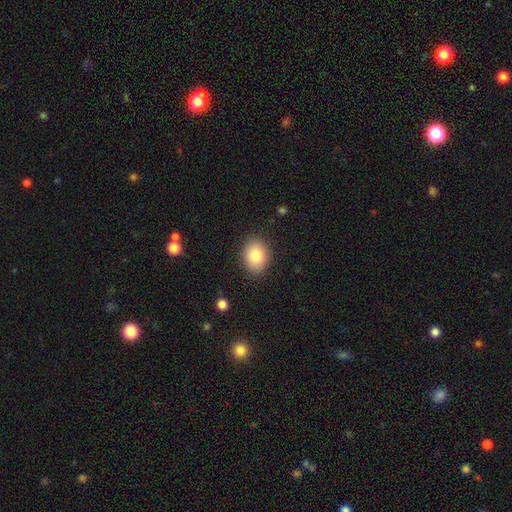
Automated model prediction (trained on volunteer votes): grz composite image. It shows a smooth galaxy with no disk features (82%) that is in between round and cigar-shaped (61%). Merging: none (87%).